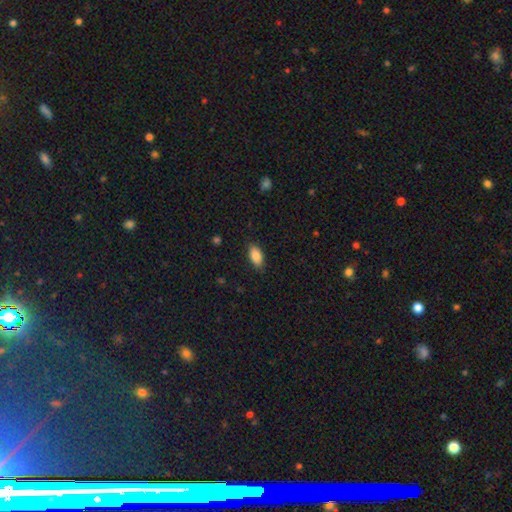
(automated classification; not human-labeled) smooth_or_featured: smooth (p=0.87) [alt: star or artifact p=0.07]
how_rounded: in between (p=0.92) [alt: cigar-shaped p=0.05]
merging: none (p=0.87) [alt: minor disturbance p=0.10]